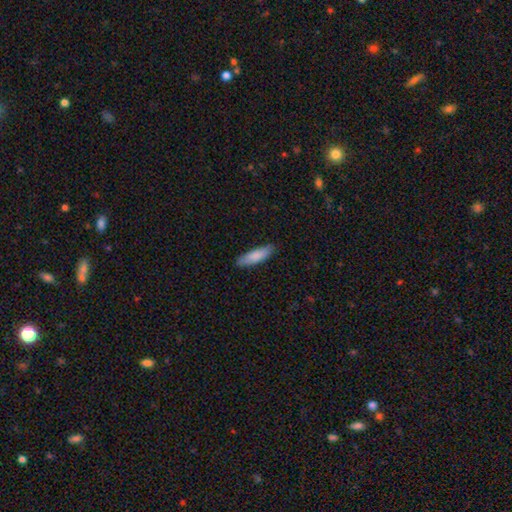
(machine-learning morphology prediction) The model was most divided on "how rounded": cigar-shaped: 60%, in between: 39%, round: 1%. More confident: merging — none (84%); smooth or featured — smooth (84%).